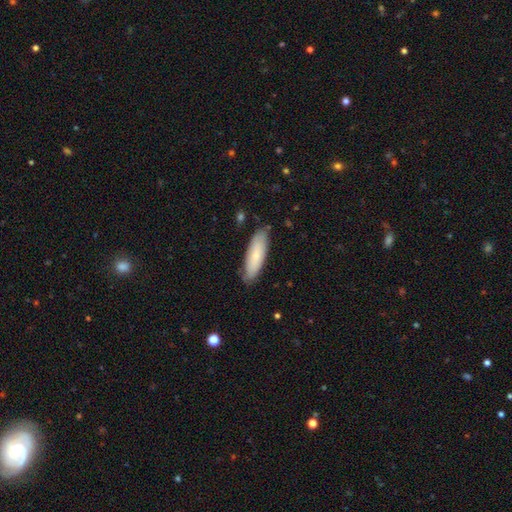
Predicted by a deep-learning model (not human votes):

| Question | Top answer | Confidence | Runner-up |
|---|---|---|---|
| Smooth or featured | smooth | 71% | featured or disk (23%) |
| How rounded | cigar-shaped | 51% | in between (48%) |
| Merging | none | 82% | minor disturbance (15%) |